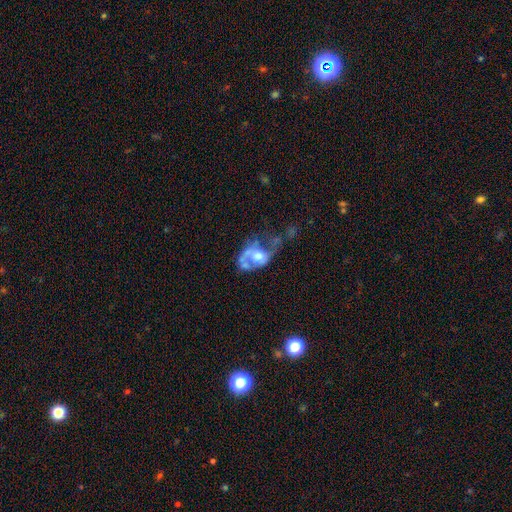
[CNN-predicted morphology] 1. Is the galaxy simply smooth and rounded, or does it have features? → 65% featured or disk, 28% smooth, 8% star or artifact.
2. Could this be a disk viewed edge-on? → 96% no, 4% yes.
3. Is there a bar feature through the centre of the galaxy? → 79% no, 17% weak, 4% strong.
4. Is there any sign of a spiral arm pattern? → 54% yes, 46% no.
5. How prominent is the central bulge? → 49% moderate, 33% large, 9% small, 5% none, 3% dominant.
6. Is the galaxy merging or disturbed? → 48% major disturbance, 18% none, 18% merger, 16% minor disturbance.